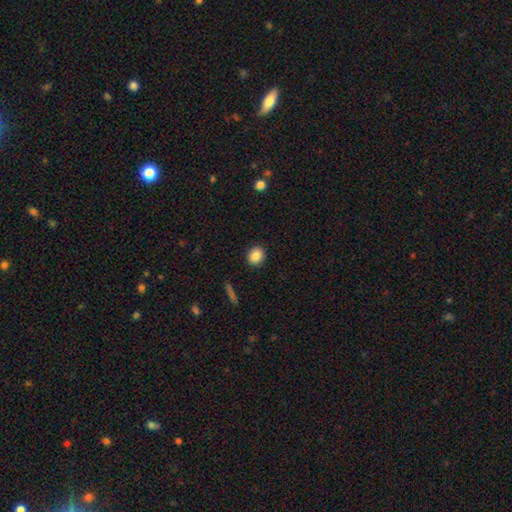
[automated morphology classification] Smooth or featured?
  - smooth: 86% *
  - star or artifact: 9%
  - featured or disk: 5%
How rounded?
  - round: 68% *
  - in between: 31%
  - cigar-shaped: 1%
Merging?
  - none: 91% *
  - minor disturbance: 6%
  - major disturbance: 2%
  - merger: 1%